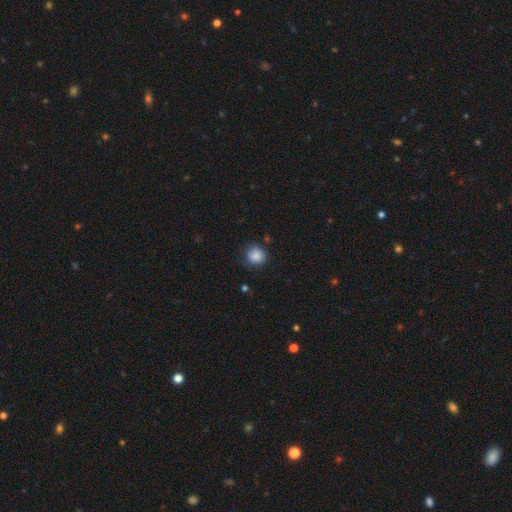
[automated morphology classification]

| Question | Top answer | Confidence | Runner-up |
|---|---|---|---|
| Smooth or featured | smooth | 87% | star or artifact (9%) |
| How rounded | round | 88% | in between (11%) |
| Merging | none | 77% | minor disturbance (17%) |